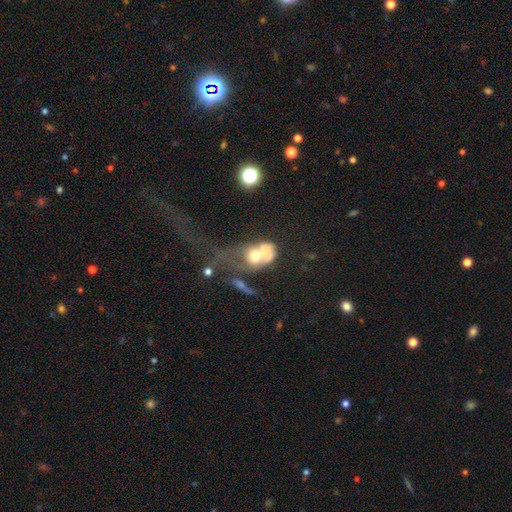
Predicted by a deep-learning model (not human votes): smooth_or_featured: smooth (p=0.53) [alt: featured or disk p=0.36]
how_rounded: in between (p=0.60) [alt: round p=0.37]
merging: merger (p=0.53) [alt: major disturbance p=0.28]